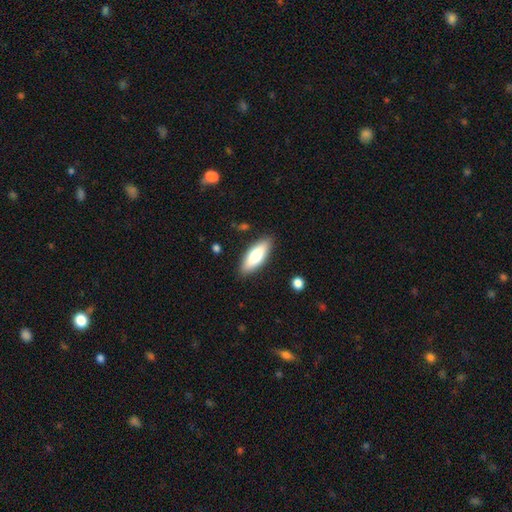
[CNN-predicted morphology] A smooth galaxy with no disk features (75%) that is in between round and cigar-shaped (67%).

Vote fractions:
- Smooth or featured? smooth: 75% / featured or disk: 19% / star or artifact: 6%
- How rounded? in between: 67% / cigar-shaped: 31% / round: 2%
- Merging? none: 87% / minor disturbance: 9% / major disturbance: 2% / merger: 1%